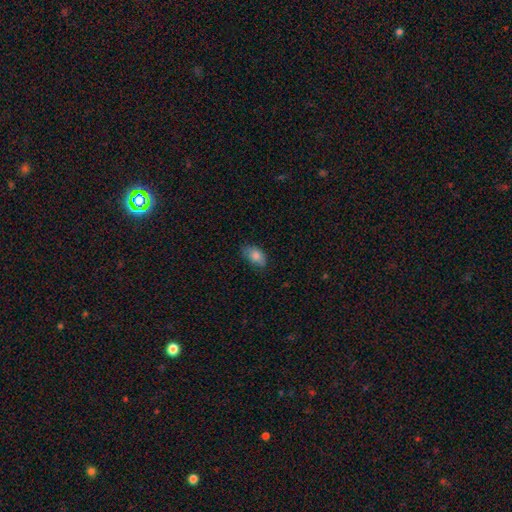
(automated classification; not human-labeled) A smooth galaxy with no disk features (82%) that is in between round and cigar-shaped (89%).

Vote fractions:
- Smooth or featured? smooth: 82% / featured or disk: 10% / star or artifact: 8%
- How rounded? in between: 89% / round: 8% / cigar-shaped: 3%
- Merging? none: 69% / minor disturbance: 24% / major disturbance: 5% / merger: 1%